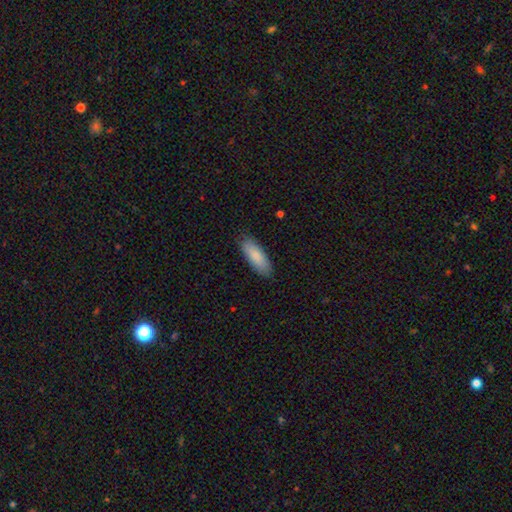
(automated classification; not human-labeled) A smooth galaxy with no disk features (87%) that is in between round and cigar-shaped (65%). Merging: none (86%).